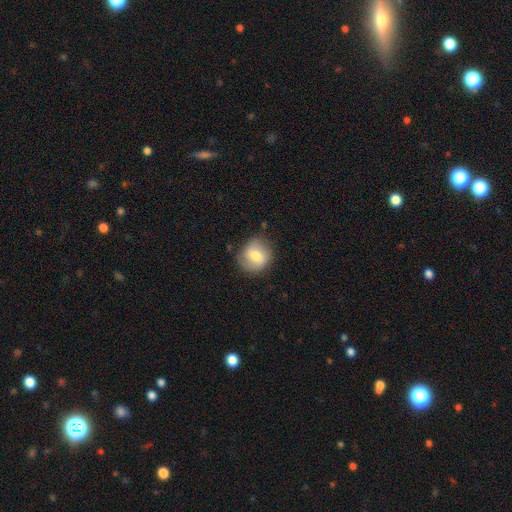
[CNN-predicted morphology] A smooth galaxy with no disk features (67%) that is round (79%).

Vote fractions:
- Smooth or featured? smooth: 67% / featured or disk: 26% / star or artifact: 8%
- How rounded? round: 79% / in between: 20% / cigar-shaped: 1%
- Merging? none: 76% / minor disturbance: 17% / major disturbance: 5% / merger: 2%